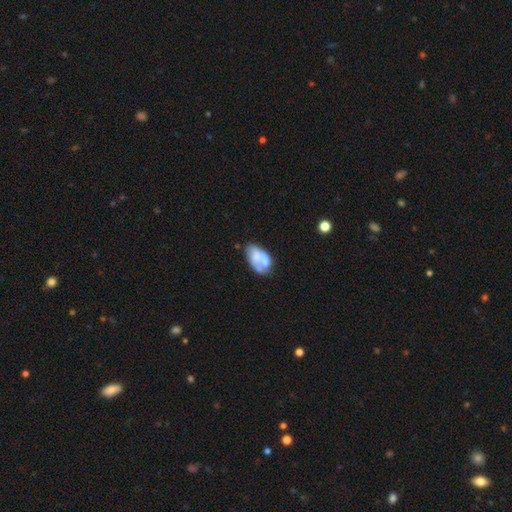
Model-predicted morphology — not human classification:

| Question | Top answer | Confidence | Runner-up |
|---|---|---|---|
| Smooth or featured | smooth | 51% | featured or disk (41%) |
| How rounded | in between | 91% | round (7%) |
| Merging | none | 37% | minor disturbance (25%) |